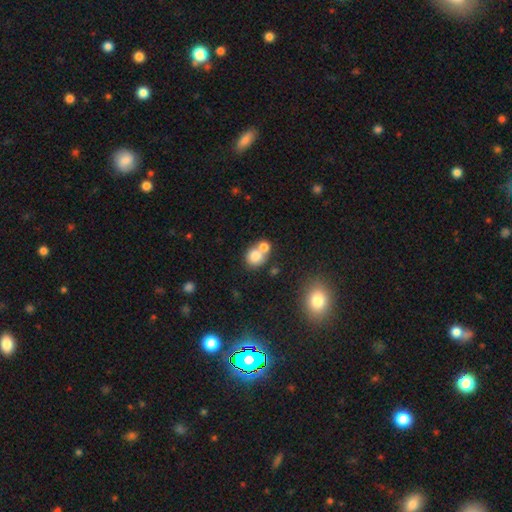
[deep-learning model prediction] A smooth galaxy with no disk features (78%) that is round (72%).

Vote fractions:
- Smooth or featured? smooth: 78% / featured or disk: 12% / star or artifact: 10%
- How rounded? round: 72% / in between: 27% / cigar-shaped: 1%
- Merging? merger: 51% / none: 38% / minor disturbance: 8% / major disturbance: 3%